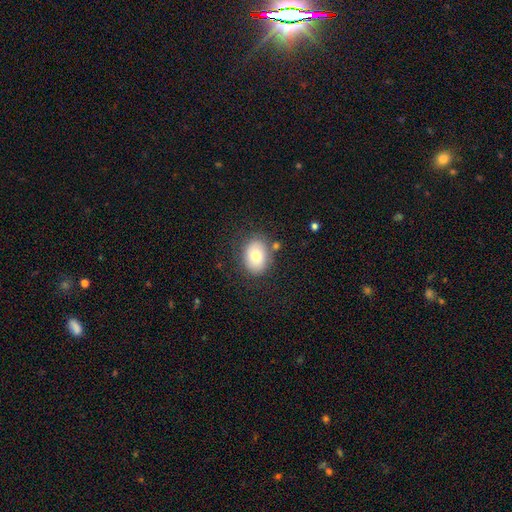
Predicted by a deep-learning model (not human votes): This is likely a smooth galaxy (75%). How rounded: likely in between (68%). Merging: likely none (78%).